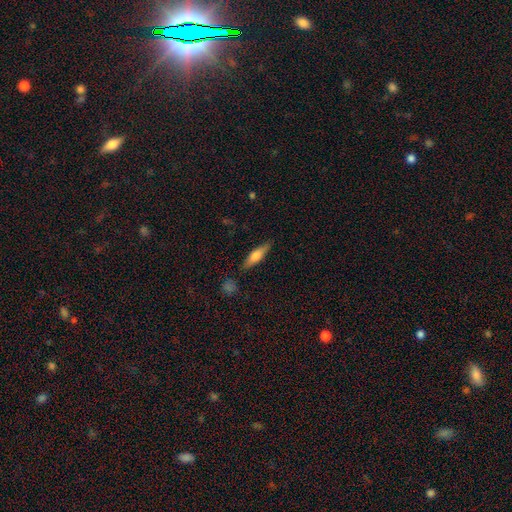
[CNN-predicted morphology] smooth_or_featured: smooth (p=0.57) [alt: featured or disk p=0.36]
how_rounded: cigar-shaped (p=0.65) [alt: in between p=0.32]
merging: none (p=0.85) [alt: minor disturbance p=0.11]